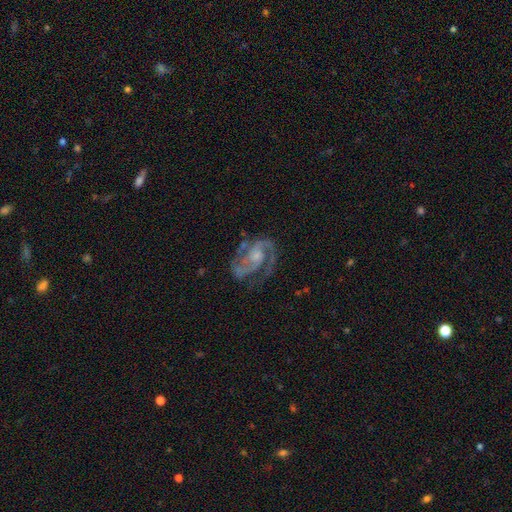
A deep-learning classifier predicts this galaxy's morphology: smooth_or_featured: featured or disk (p=0.88) [alt: star or artifact p=0.07]
disk_edge_on: no (p=0.98) [alt: yes p=0.02]
bar: no (p=0.54) [alt: weak p=0.36]
has_spiral_arms: yes (p=0.97) [alt: no p=0.03]
spiral_winding: medium (p=0.54) [alt: tight p=0.33]
spiral_arm_count: 2 (p=0.76) [alt: 3 p=0.11]
bulge_size: small (p=0.43) [alt: moderate p=0.40]
merging: none (p=0.70) [alt: minor disturbance p=0.18]